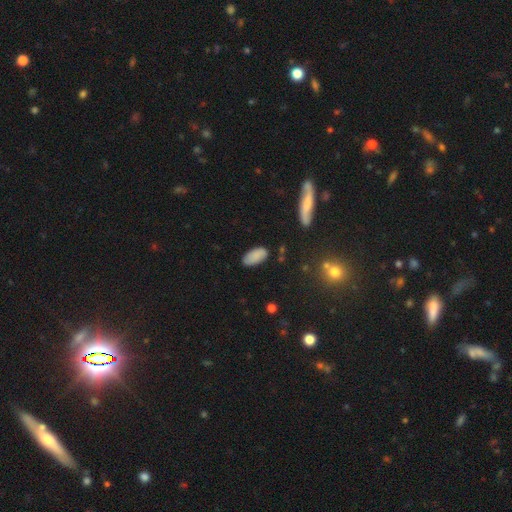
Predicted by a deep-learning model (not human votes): This appears to be a smooth galaxy with no disk features (84%) that is in between round and cigar-shaped (93%). Merging: none (80%).